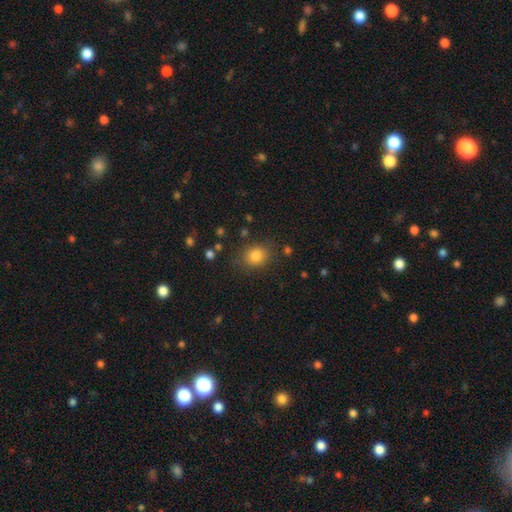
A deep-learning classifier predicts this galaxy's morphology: Smooth or featured? Predicted: smooth (p=0.82). How rounded? Predicted: round (p=0.57). Merging? Predicted: none (p=0.81).